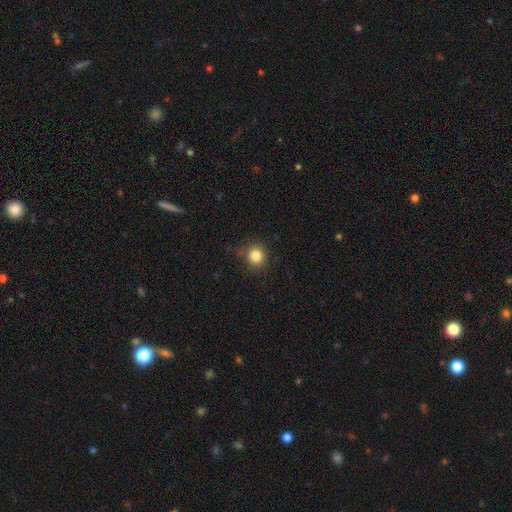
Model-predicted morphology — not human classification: A smooth galaxy with no disk features (84%) that is round (89%). Merging: none (83%).